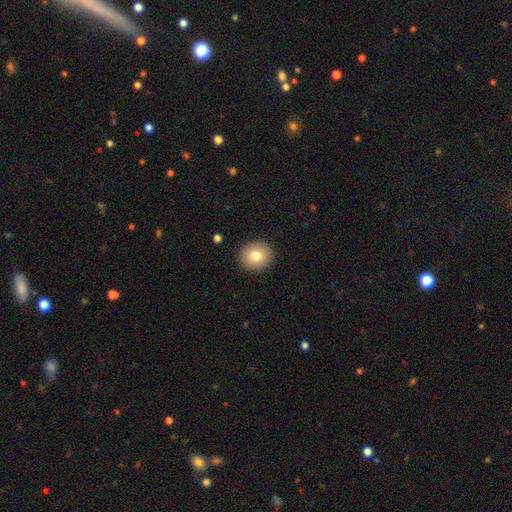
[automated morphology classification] The model was most divided on "how rounded": round: 83%, in between: 16%, cigar-shaped: 1%. More confident: merging — none (91%); smooth or featured — smooth (80%).